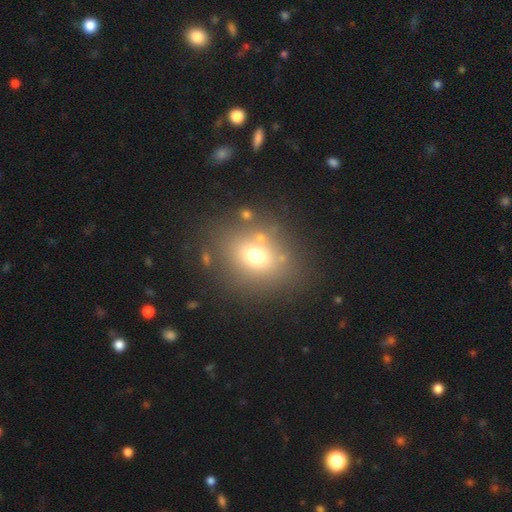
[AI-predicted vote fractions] smooth-or-featured: smooth: 67% | star or artifact: 17% | featured or disk: 16%
  how-rounded: round: 52% | in between: 47% | cigar-shaped: 1%
  merging: none: 76% | minor disturbance: 11% | merger: 7% | major disturbance: 6%